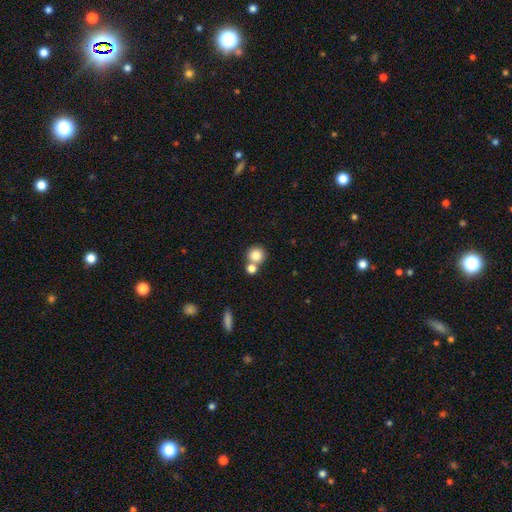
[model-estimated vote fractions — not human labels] Overall: smooth (81%). How rounded: round (90%). Merging: none (56%; merger 35%).